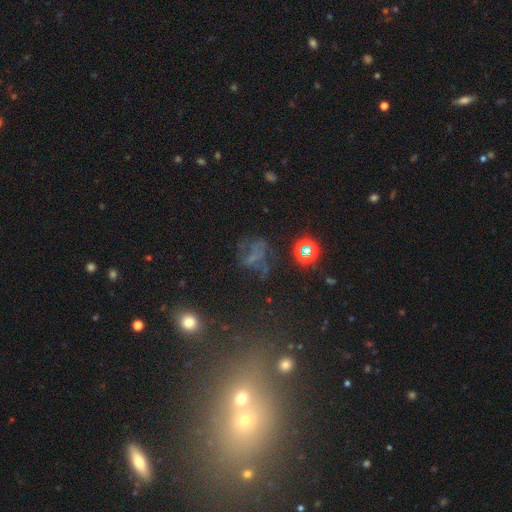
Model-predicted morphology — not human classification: type=star or artifact (40%).